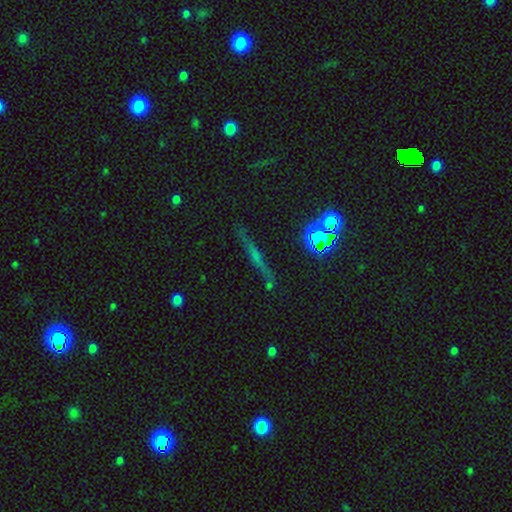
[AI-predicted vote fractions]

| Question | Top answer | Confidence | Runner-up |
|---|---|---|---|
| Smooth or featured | featured or disk | 45% | star or artifact (29%) |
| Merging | none | 82% | minor disturbance (11%) |